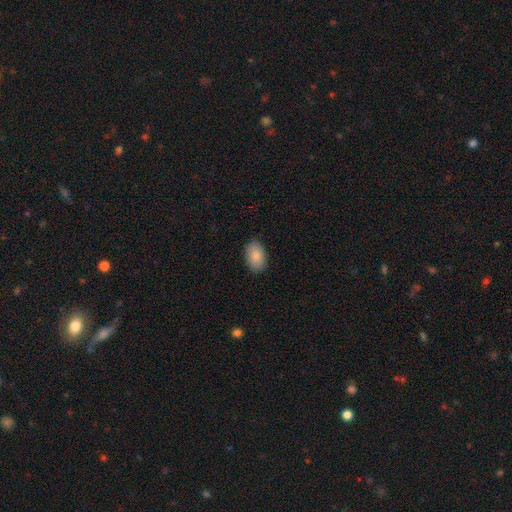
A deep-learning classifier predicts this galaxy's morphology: A smooth galaxy with no disk features (86%) that is in between round and cigar-shaped (92%).

Vote fractions:
- Smooth or featured? smooth: 86% / featured or disk: 7% / star or artifact: 7%
- How rounded? in between: 92% / round: 7% / cigar-shaped: 1%
- Merging? none: 88% / minor disturbance: 9% / major disturbance: 2% / merger: 1%